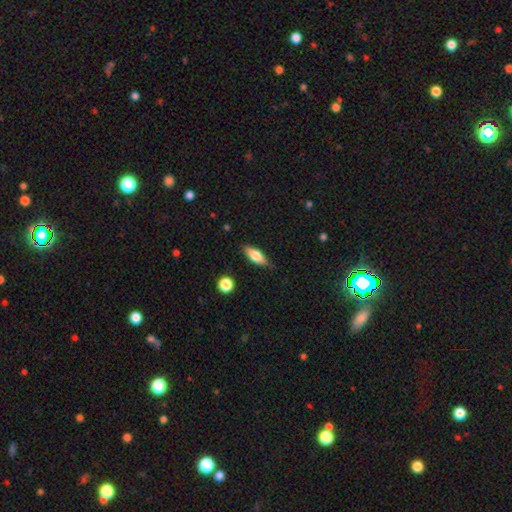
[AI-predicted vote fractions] The model was most divided on "smooth or featured": smooth: 66%, featured or disk: 26%, star or artifact: 7%. More confident: merging — none (81%); how rounded — in between (69%).